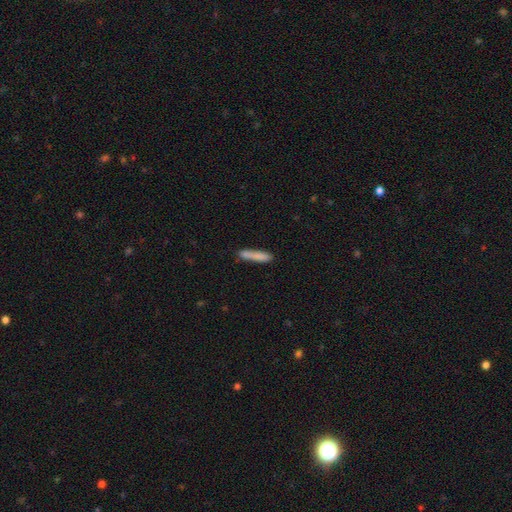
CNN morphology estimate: A smooth galaxy with no disk features (80%) that is cigar-shaped (91%).

Vote fractions:
- Smooth or featured? smooth: 80% / featured or disk: 13% / star or artifact: 7%
- How rounded? cigar-shaped: 91% / in between: 8% / round: 1%
- Merging? none: 75% / minor disturbance: 15% / merger: 6% / major disturbance: 3%